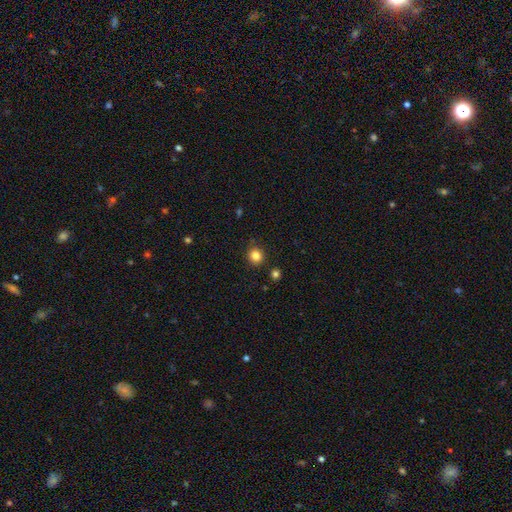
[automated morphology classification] A smooth galaxy with no disk features (84%) that is round (89%). Merging: none (86%).